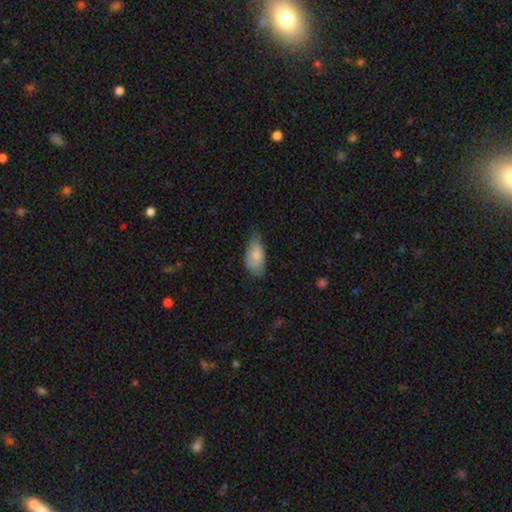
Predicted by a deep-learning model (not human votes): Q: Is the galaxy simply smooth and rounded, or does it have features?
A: smooth — 76%.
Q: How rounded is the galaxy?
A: in between — 93%.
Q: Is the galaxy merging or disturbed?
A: none — 48%.